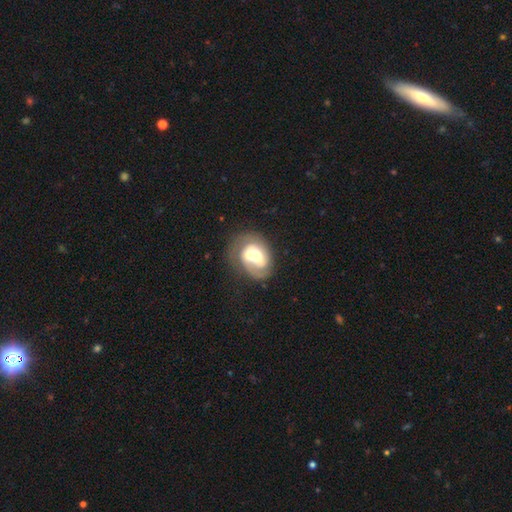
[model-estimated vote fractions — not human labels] The model was most divided on "spiral arms": yes: 62%, no: 38%. More confident: edge-on disk — no (97%); bar — no (68%); bulge size — moderate (62%); smooth or featured — featured or disk (61%); merging — merger (50%).